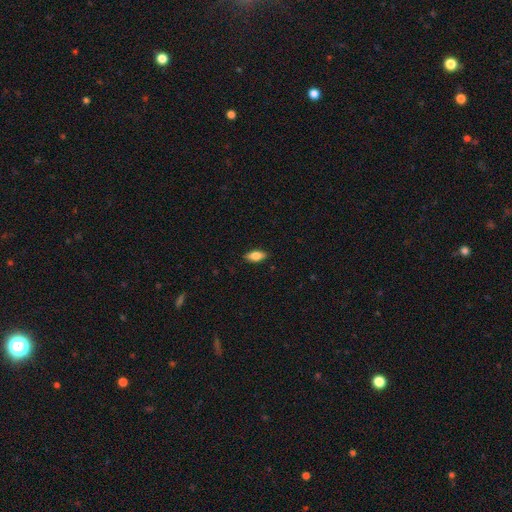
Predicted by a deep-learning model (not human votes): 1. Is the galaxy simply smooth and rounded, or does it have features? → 80% smooth, 14% featured or disk, 7% star or artifact.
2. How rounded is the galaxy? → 84% in between, 13% cigar-shaped, 3% round.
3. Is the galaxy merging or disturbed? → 88% none, 9% minor disturbance, 2% major disturbance, 1% merger.